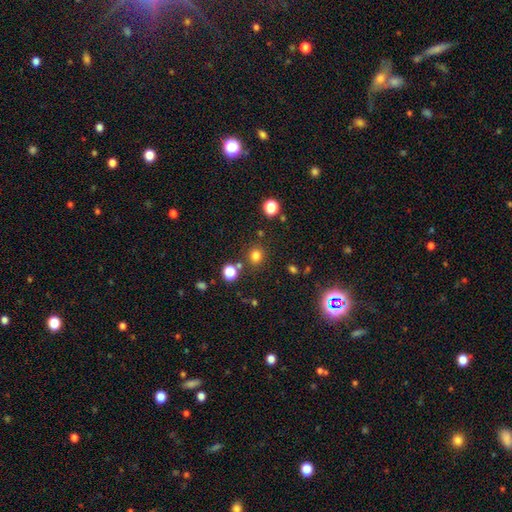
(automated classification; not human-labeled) Q: Smooth or featured?
A: smooth (78%); runner-up: star or artifact (16%)
Q: How rounded?
A: round (81%); runner-up: in between (18%)
Q: Merging?
A: none (81%); runner-up: minor disturbance (9%)